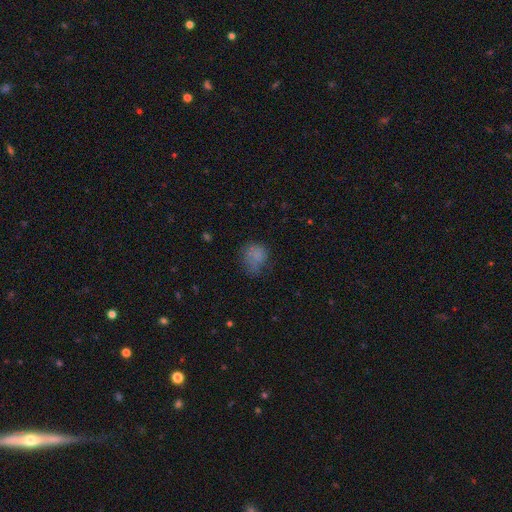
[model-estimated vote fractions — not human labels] Q: Smooth or featured?
A: smooth (72%); runner-up: star or artifact (14%)
Q: How rounded?
A: round (62%); runner-up: in between (37%)
Q: Merging?
A: none (47%); runner-up: minor disturbance (28%)